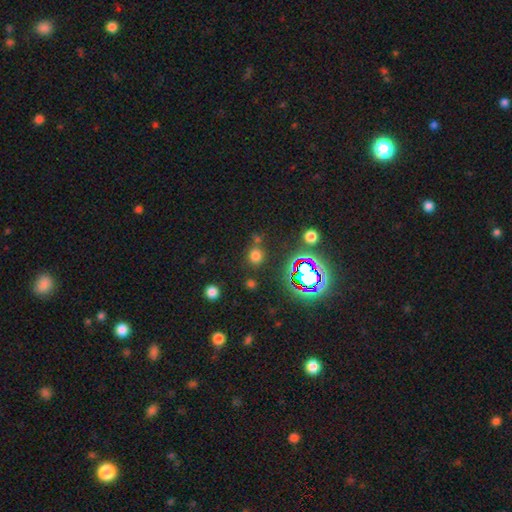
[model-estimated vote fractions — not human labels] Overall: smooth (65%; star or artifact 28%). How rounded: round (80%). Merging: none (78%).